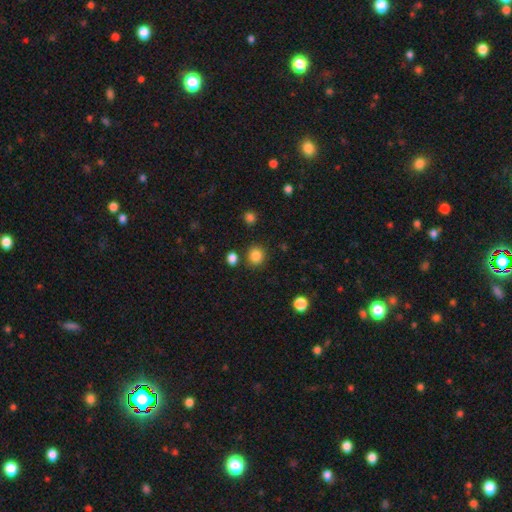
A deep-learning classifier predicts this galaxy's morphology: Smooth or featured?
  - smooth: 85% *
  - star or artifact: 11%
  - featured or disk: 4%
How rounded?
  - round: 87% *
  - in between: 12%
  - cigar-shaped: 1%
Merging?
  - none: 85% *
  - minor disturbance: 7%
  - merger: 5%
  - major disturbance: 3%